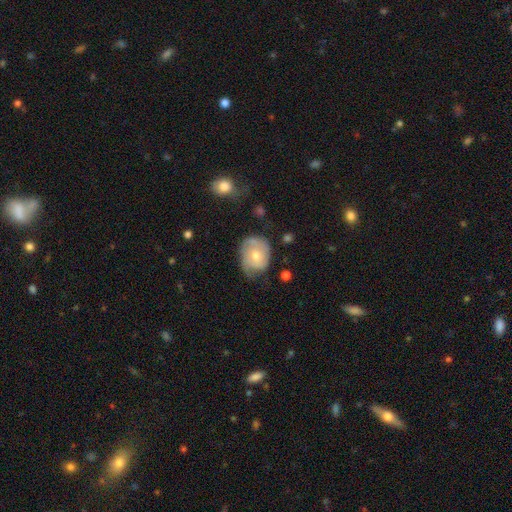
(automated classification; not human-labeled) Overall: featured or disk (56%; smooth 37%). Edge-on disk: no (96%). Bar: no (80%). Spiral arms: yes (76%). Bulge size: moderate (61%; small 34%). Merging: none (53%; minor disturbance 32%).